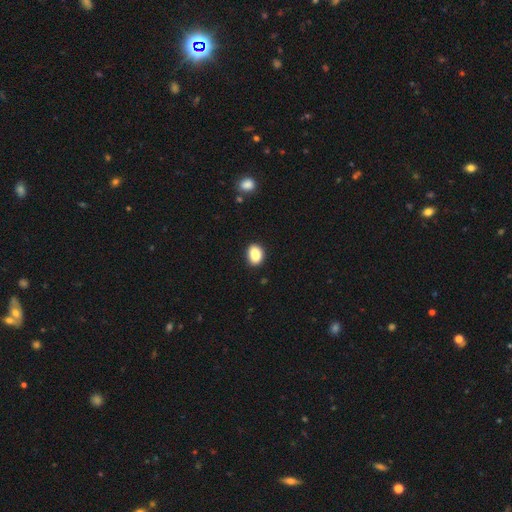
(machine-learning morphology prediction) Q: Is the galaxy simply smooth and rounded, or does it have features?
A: smooth — 87%.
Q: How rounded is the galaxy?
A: in between — 76%.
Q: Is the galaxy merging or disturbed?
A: none — 87%.